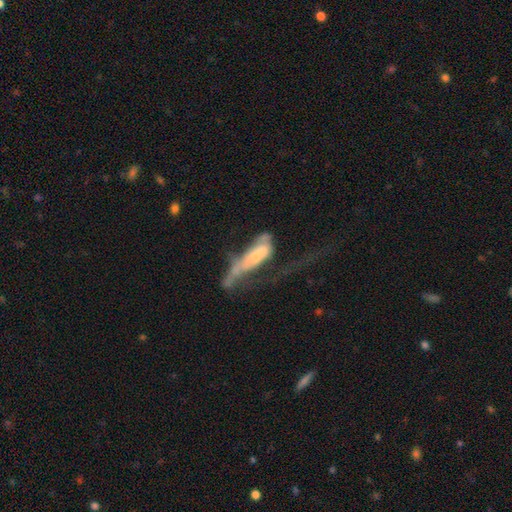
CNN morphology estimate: smooth_or_featured: featured or disk (p=0.51) [alt: smooth p=0.41]
disk_edge_on: no (p=0.70) [alt: yes p=0.30]
merging: major disturbance (p=0.54) [alt: merger p=0.20]